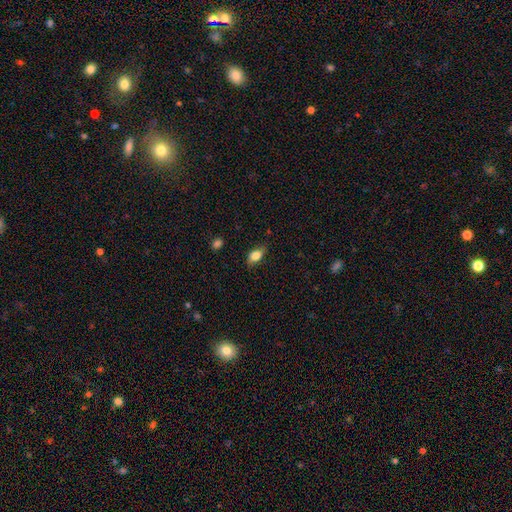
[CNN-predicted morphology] smooth-or-featured: smooth: 79% | featured or disk: 13% | star or artifact: 8%
  how-rounded: in between: 84% | round: 9% | cigar-shaped: 7%
  merging: none: 76% | minor disturbance: 19% | major disturbance: 4% | merger: 1%